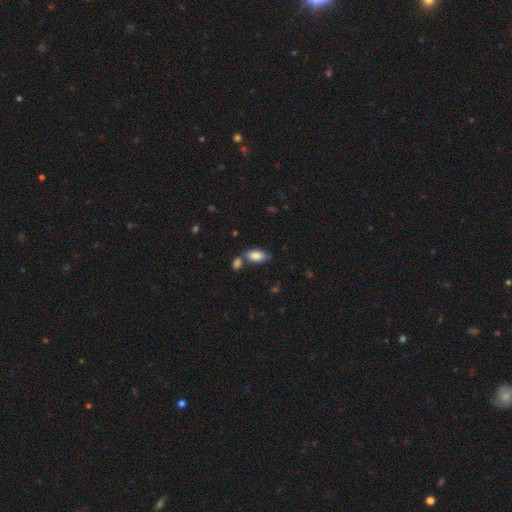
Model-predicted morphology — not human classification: Q: Smooth or featured?
A: smooth (86%); runner-up: star or artifact (7%)
Q: How rounded?
A: in between (93%); runner-up: round (4%)
Q: Merging?
A: none (58%); runner-up: merger (24%)